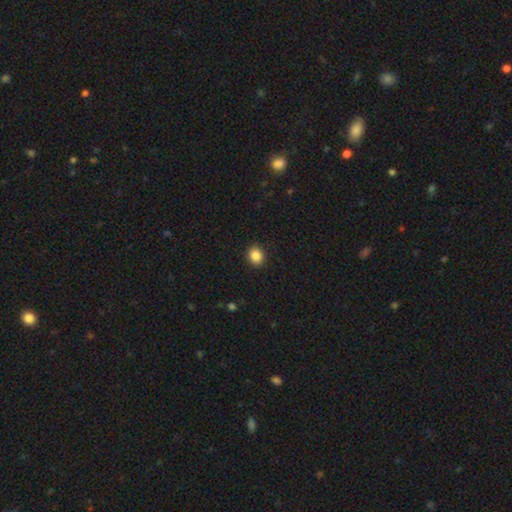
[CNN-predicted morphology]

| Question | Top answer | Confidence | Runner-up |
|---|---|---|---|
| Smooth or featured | smooth | 86% | star or artifact (10%) |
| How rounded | round | 65% | in between (34%) |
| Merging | none | 91% | minor disturbance (6%) |